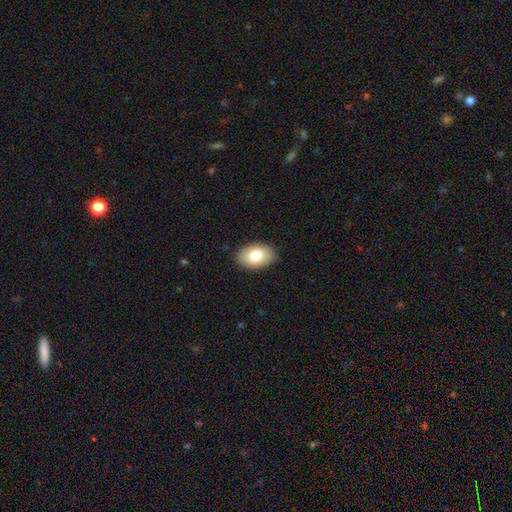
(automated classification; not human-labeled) smooth 79%, featured or disk 14%, star or artifact 7%. Down the decision tree: how rounded — in between (89%); merging — none (89%).